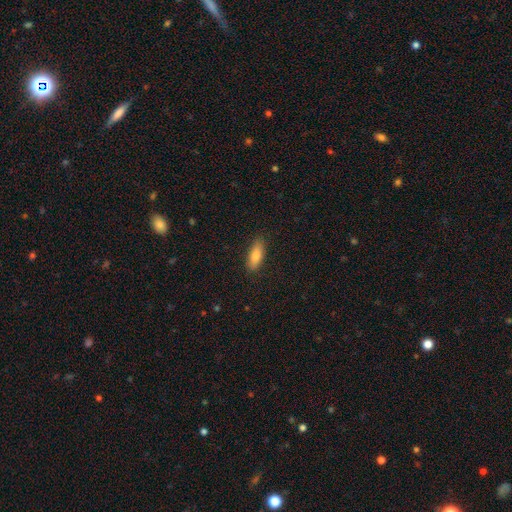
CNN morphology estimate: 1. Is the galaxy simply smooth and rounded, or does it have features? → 85% smooth, 8% featured or disk, 6% star or artifact.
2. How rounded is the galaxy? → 63% in between, 35% cigar-shaped, 2% round.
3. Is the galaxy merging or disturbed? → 87% none, 10% minor disturbance, 2% major disturbance, 1% merger.